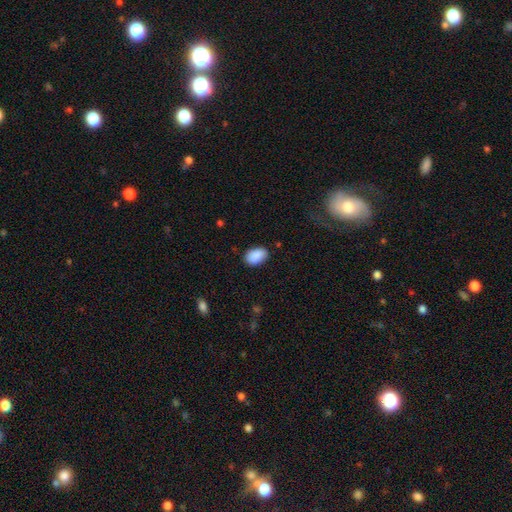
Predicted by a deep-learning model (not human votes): Smooth or featured?
  - smooth: 90% *
  - star or artifact: 6%
  - featured or disk: 3%
How rounded?
  - in between: 91% *
  - round: 8%
  - cigar-shaped: 1%
Merging?
  - none: 84% *
  - minor disturbance: 12%
  - major disturbance: 3%
  - merger: 1%